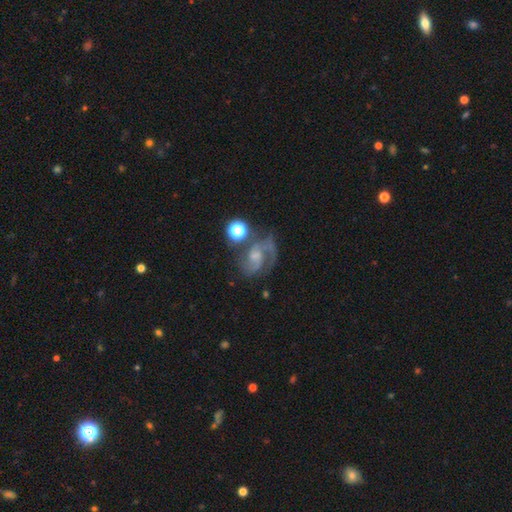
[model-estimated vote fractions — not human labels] Smooth or featured? Predicted: featured or disk (p=0.77). Edge-on disk? Predicted: no (p=0.98). Bar? Predicted: no (p=0.51). Spiral arms? Predicted: yes (p=0.94). Spiral winding? Predicted: medium (p=0.54). Spiral arm count? Predicted: 2 (p=0.74). Bulge size? Predicted: small (p=0.48). Merging? Predicted: none (p=0.53).